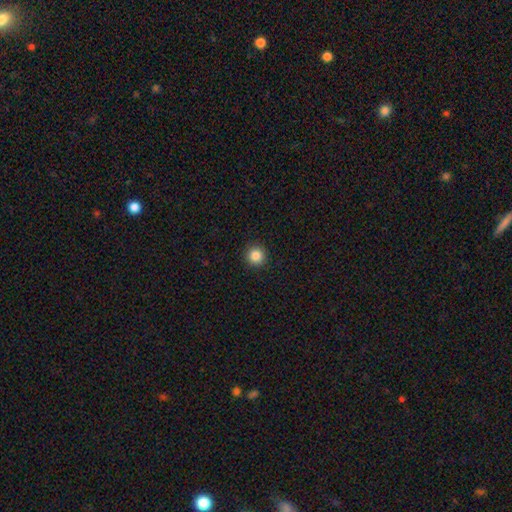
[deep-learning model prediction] This is clearly a smooth galaxy (85%). How rounded: clearly round (95%). Merging: clearly none (92%).